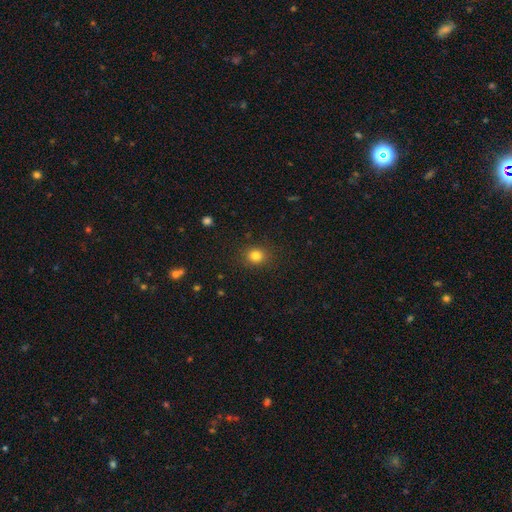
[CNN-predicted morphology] Smooth or featured? Predicted: smooth (p=0.82). How rounded? Predicted: round (p=0.78). Merging? Predicted: none (p=0.88).